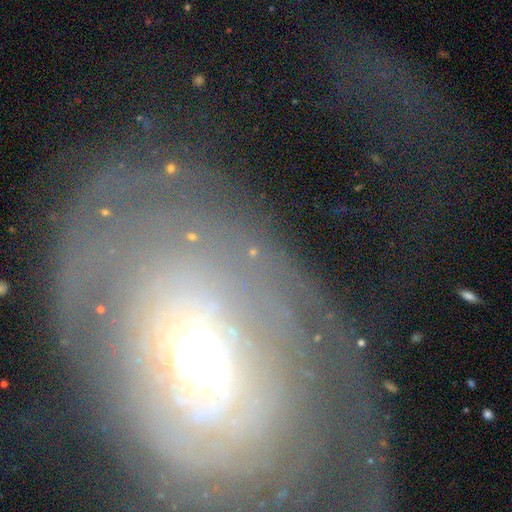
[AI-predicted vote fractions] A featured or disk galaxy (72%) with no bar (74%), spiral arms (63%) and a moderate central bulge (62%).

Vote fractions:
- Smooth or featured? featured or disk: 72% / smooth: 18% / star or artifact: 10%
- Edge-on disk? no: 95% / yes: 5%
- Bar? no: 74% / weak: 18% / strong: 8%
- Spiral arms? yes: 63% / no: 37%
- Bulge size? moderate: 62% / small: 17% / large: 16% / dominant: 4% / none: 2%
- Merging? none: 47% / major disturbance: 32% / minor disturbance: 17% / merger: 3%